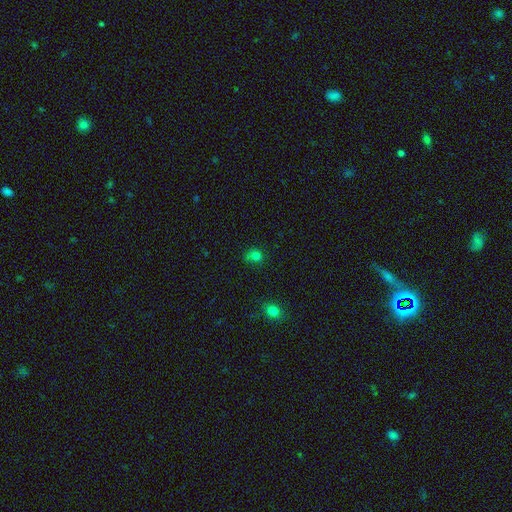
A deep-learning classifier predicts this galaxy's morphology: The model was most divided on "merging": none: 59%, minor disturbance: 25%, major disturbance: 10%, merger: 6%. More confident: smooth or featured — smooth (74%); how rounded — round (68%).